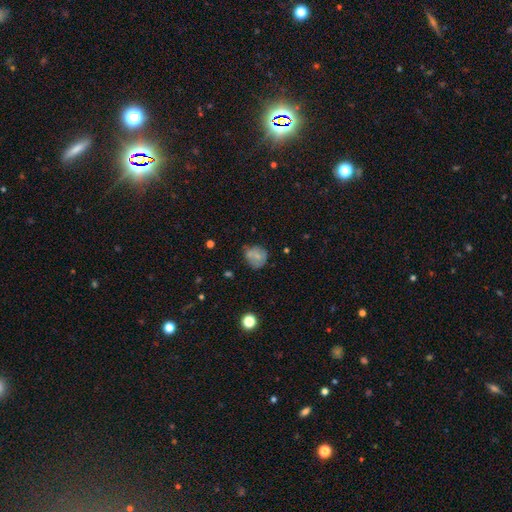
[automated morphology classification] Smooth or featured? smooth (66%)
How rounded? round (76%)
Merging? none (55%)